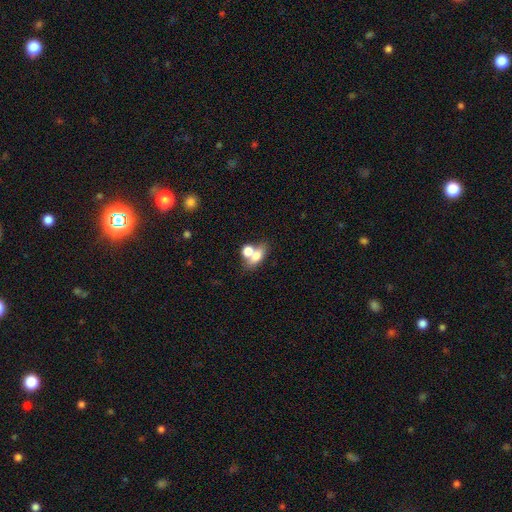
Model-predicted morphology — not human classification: smooth_or_featured: smooth (p=0.71) [alt: featured or disk p=0.18]
how_rounded: in between (p=0.75) [alt: round p=0.20]
merging: merger (p=0.52) [alt: none p=0.33]